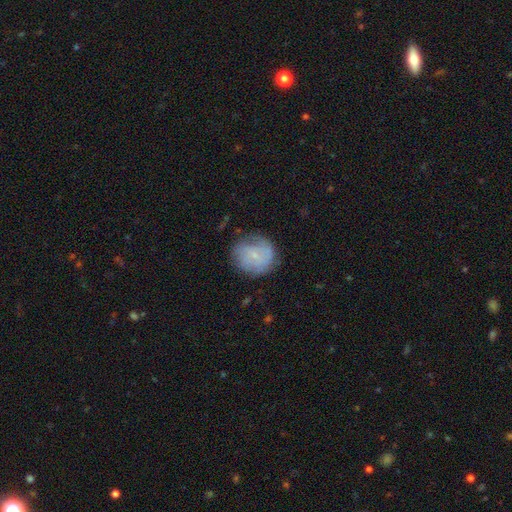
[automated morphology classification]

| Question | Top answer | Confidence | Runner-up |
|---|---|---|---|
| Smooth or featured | smooth | 51% | featured or disk (40%) |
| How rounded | round | 78% | in between (21%) |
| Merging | none | 64% | minor disturbance (24%) |